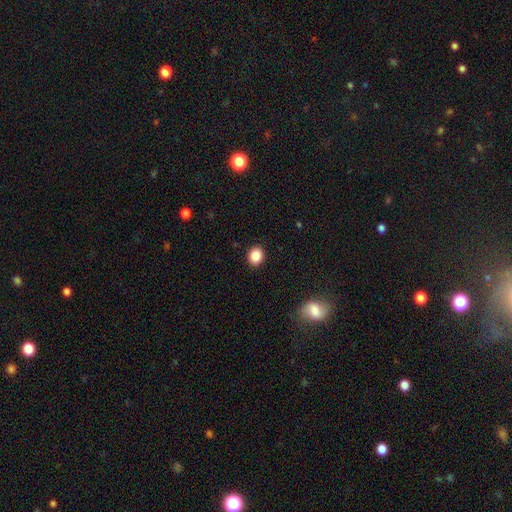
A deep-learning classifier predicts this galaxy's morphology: smooth 87%, star or artifact 9%, featured or disk 4%. Down the decision tree: how rounded — round (63%); merging — none (91%).